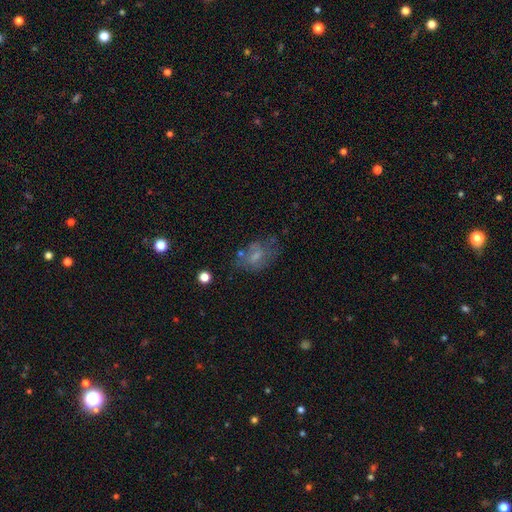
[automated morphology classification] Smooth or featured? smooth (47%)
Merging? none (50%)